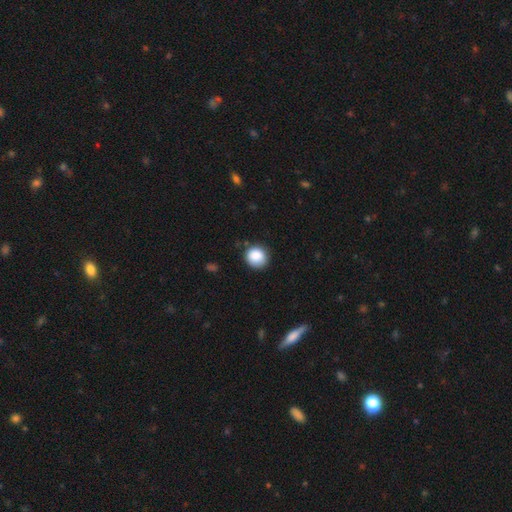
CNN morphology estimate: A smooth galaxy with no disk features (88%) that is round (90%).

Vote fractions:
- Smooth or featured? smooth: 88% / star or artifact: 9% / featured or disk: 3%
- How rounded? round: 90% / in between: 9% / cigar-shaped: 1%
- Merging? none: 83% / minor disturbance: 12% / major disturbance: 3% / merger: 2%